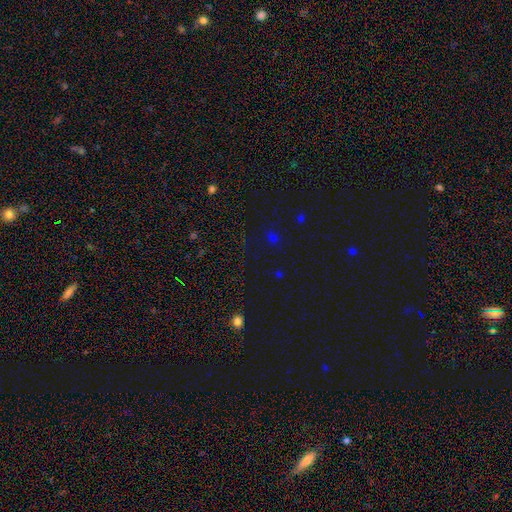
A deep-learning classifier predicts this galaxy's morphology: Smooth or featured? Predicted: star or artifact (p=0.51).